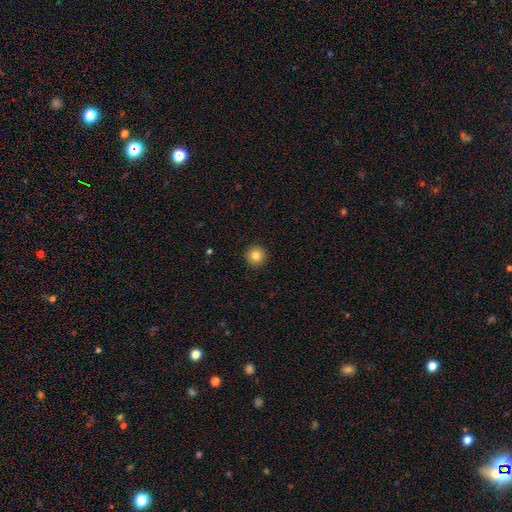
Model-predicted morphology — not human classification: smooth_or_featured: smooth (p=0.83) [alt: star or artifact p=0.11]
how_rounded: round (p=0.96) [alt: in between p=0.03]
merging: none (p=0.93) [alt: minor disturbance p=0.05]